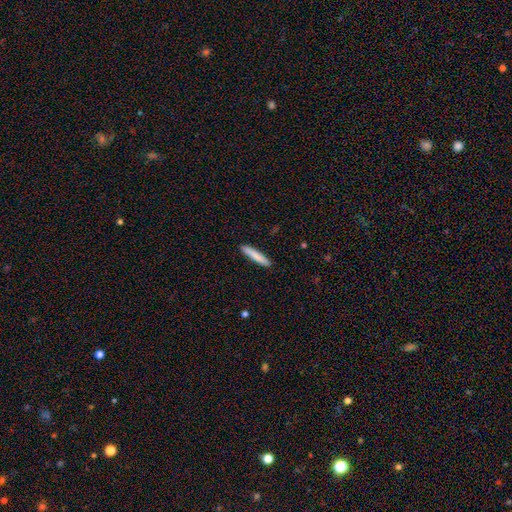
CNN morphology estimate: smooth 82%, featured or disk 12%, star or artifact 6%. Down the decision tree: how rounded — cigar-shaped (93%); merging — none (91%).